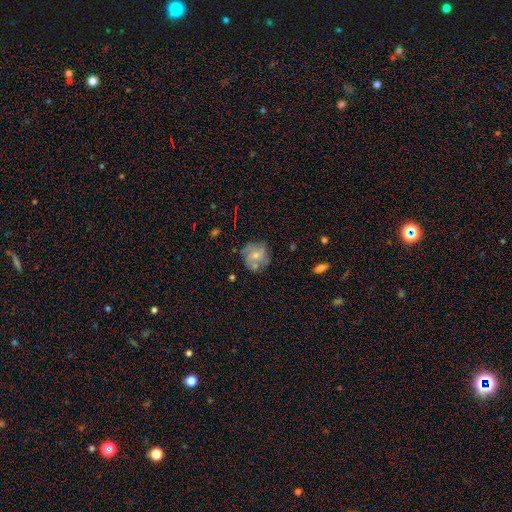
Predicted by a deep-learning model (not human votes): The model was most divided on "smooth or featured": featured or disk: 49%, smooth: 41%, star or artifact: 10%. More confident: merging — none (62%).